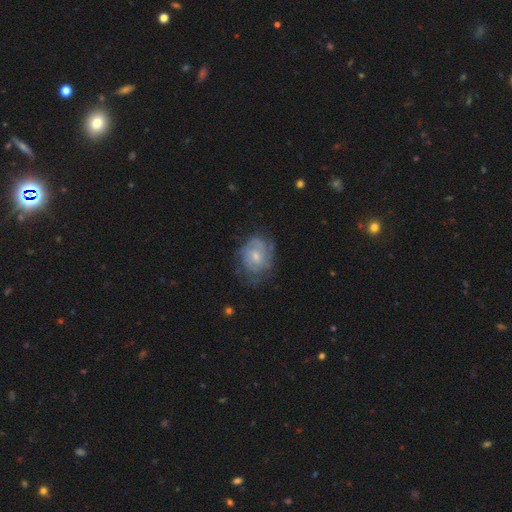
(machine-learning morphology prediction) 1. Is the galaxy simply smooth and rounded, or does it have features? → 69% featured or disk, 24% smooth, 6% star or artifact.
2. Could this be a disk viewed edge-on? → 97% no, 3% yes.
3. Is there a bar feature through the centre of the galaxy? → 62% no, 34% weak, 4% strong.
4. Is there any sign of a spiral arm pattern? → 86% yes, 14% no.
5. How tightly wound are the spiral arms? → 59% tight, 31% medium, 10% loose.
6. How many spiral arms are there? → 46% can't tell, 27% 2, 13% 3, 5% 4, 5% 1, 3% more than 4.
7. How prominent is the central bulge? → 55% small, 40% moderate, 3% none, 2% large, 1% dominant.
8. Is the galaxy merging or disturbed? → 62% none, 25% minor disturbance, 12% major disturbance, 1% merger.